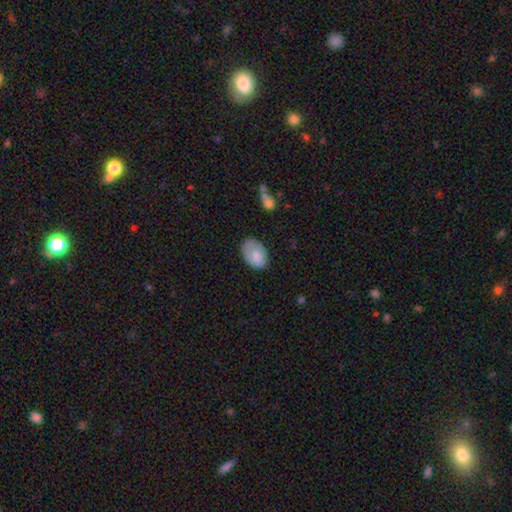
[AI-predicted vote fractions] A smooth galaxy with no disk features (80%) that is in between round and cigar-shaped (85%). Merging: none (62%).